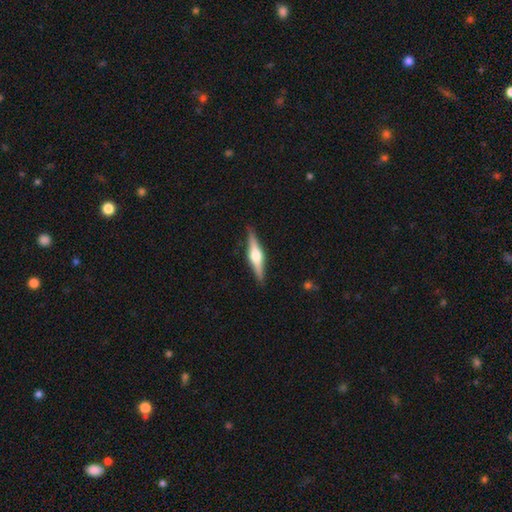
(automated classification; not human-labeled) The model was most divided on "smooth or featured": featured or disk: 74%, smooth: 21%, star or artifact: 5%. More confident: edge-on disk — yes (98%); edge-on bulge — rounded (93%); merging — none (89%).